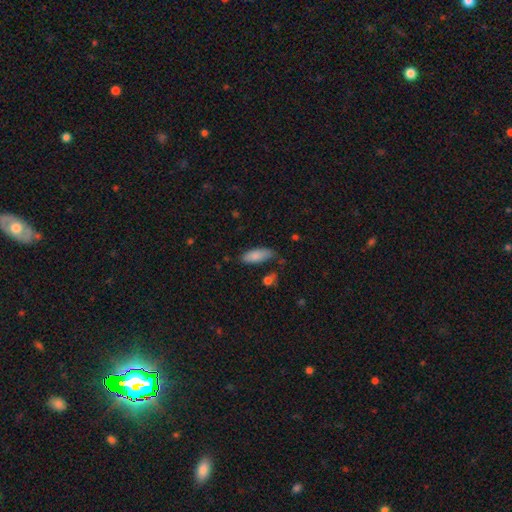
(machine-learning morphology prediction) This appears to be a smooth galaxy with no disk features (86%) that is in between round and cigar-shaped (73%). Merging: none (73%).